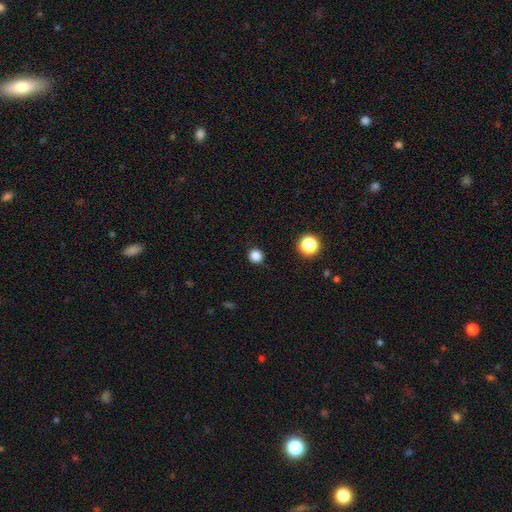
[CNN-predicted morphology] A smooth galaxy with no disk features (84%) that is round (93%).

Vote fractions:
- Smooth or featured? smooth: 84% / star or artifact: 14% / featured or disk: 3%
- How rounded? round: 93% / in between: 6% / cigar-shaped: 1%
- Merging? none: 92% / minor disturbance: 5% / major disturbance: 2% / merger: 1%